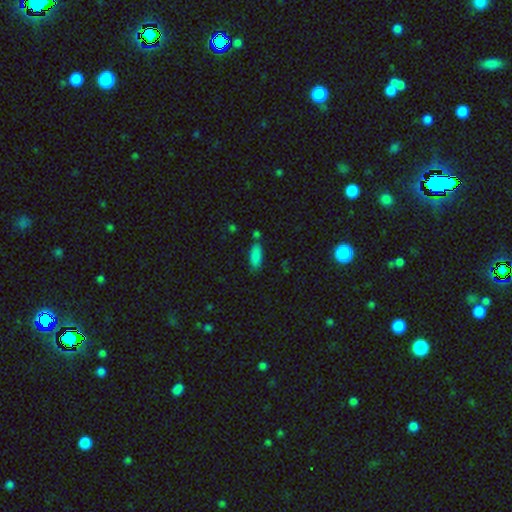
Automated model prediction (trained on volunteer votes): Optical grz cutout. It shows a smooth galaxy with no disk features (86%) that is in between round and cigar-shaped (77%). Merging: none (72%).